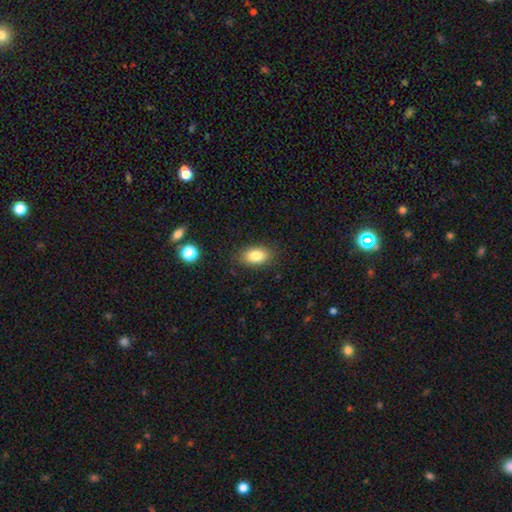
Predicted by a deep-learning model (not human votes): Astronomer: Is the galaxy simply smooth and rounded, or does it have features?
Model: smooth — 83%.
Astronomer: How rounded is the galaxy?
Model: in between — 90%.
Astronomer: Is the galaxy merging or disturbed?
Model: none — 86%.